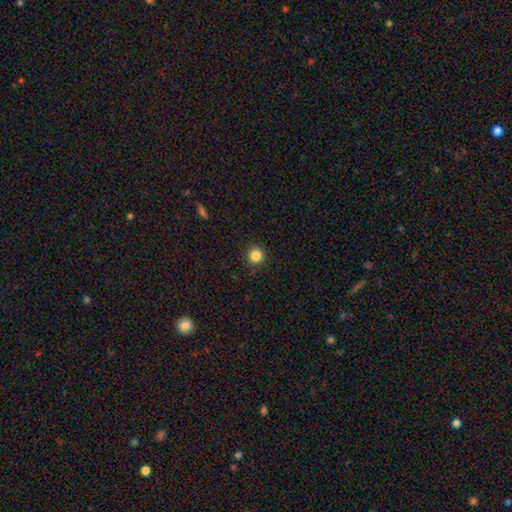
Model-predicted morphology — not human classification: A smooth galaxy with no disk features (85%) that is round (95%).

Vote fractions:
- Smooth or featured? smooth: 85% / star or artifact: 11% / featured or disk: 4%
- How rounded? round: 95% / in between: 4% / cigar-shaped: 1%
- Merging? none: 90% / minor disturbance: 7% / major disturbance: 2% / merger: 1%